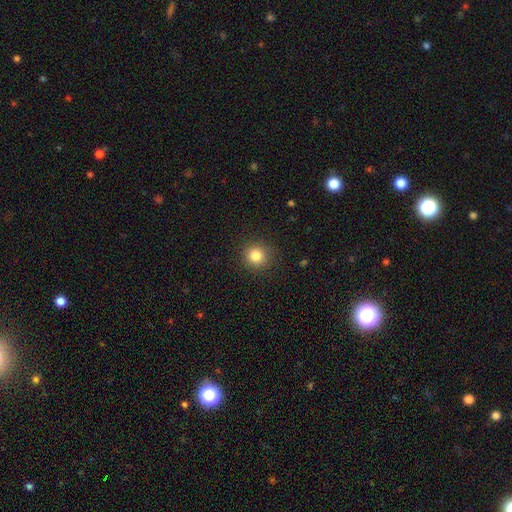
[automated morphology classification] This appears to be a smooth galaxy with no disk features (83%) that is round (91%). Merging: none (89%).